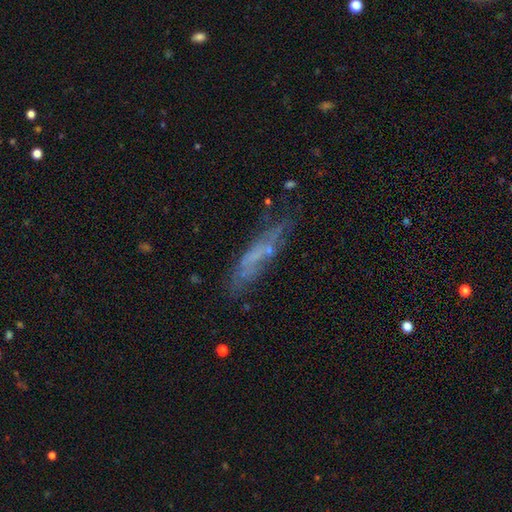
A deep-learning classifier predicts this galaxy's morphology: Smooth or featured? Predicted: featured or disk (p=0.46). Merging? Predicted: none (p=0.62).